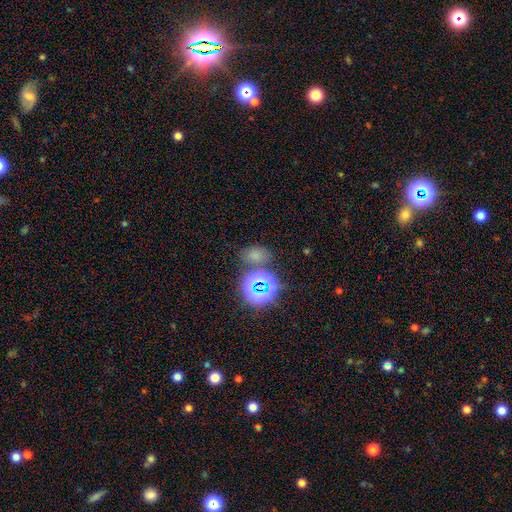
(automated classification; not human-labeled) Overall: smooth (58%; star or artifact 34%). How rounded: in between (62%; round 37%). Merging: none (69%).